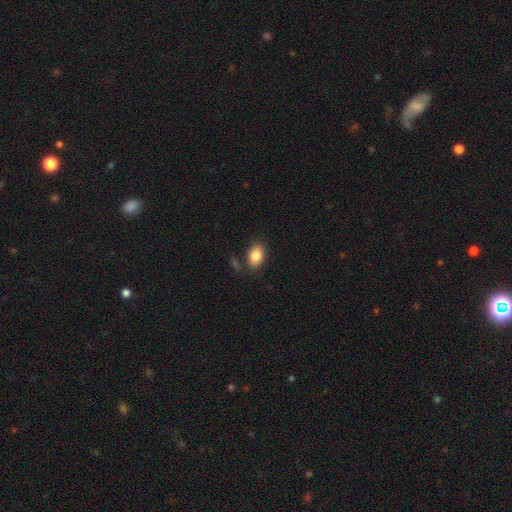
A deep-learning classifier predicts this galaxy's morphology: type=smooth (86%); roundness=in between (84%); merging=none (78%).